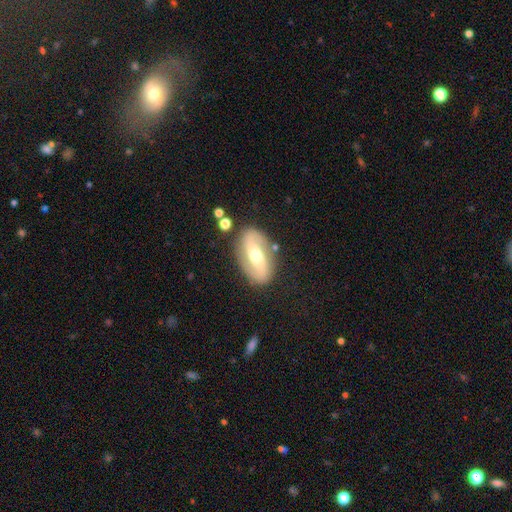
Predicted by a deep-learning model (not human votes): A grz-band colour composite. It shows a featured or disk galaxy (69%) with a strong bar (37%), spiral arms (78%) and a moderate central bulge (64%). Merging: none (82%).